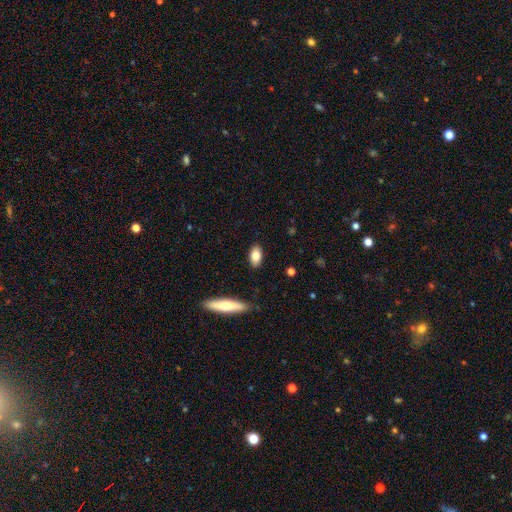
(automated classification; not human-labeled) Overall: smooth (79%). How rounded: in between (87%). Merging: none (88%).